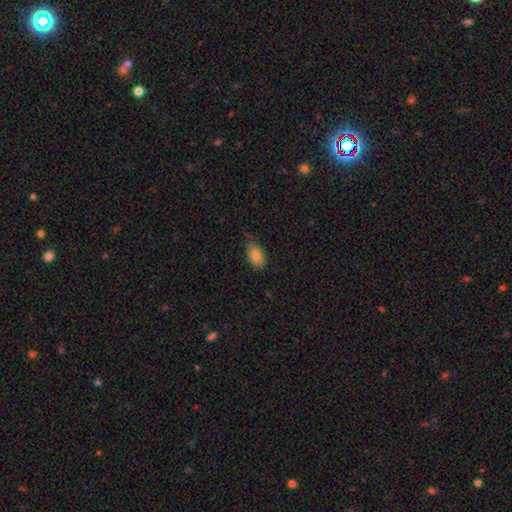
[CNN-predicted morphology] This is clearly a smooth galaxy (83%). How rounded: clearly in between (91%). Merging: likely none (69%).